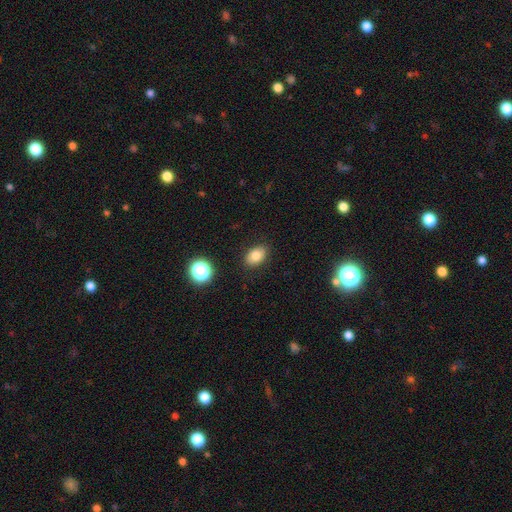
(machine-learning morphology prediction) Smooth or featured? smooth (79%)
How rounded? in between (81%)
Merging? none (86%)